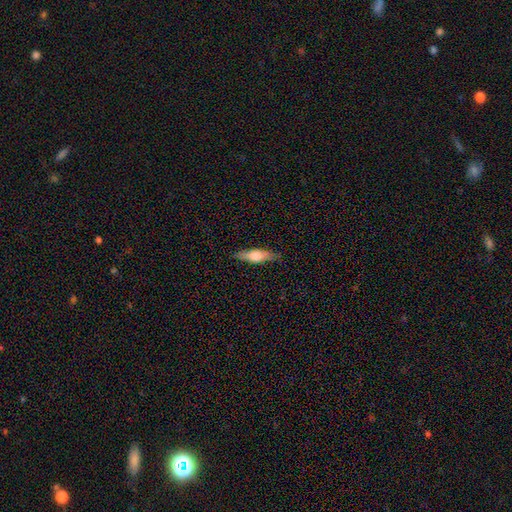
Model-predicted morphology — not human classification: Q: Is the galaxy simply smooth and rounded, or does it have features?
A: smooth — 58%.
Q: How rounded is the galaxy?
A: cigar-shaped — 62%.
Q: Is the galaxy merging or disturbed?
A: none — 84%.